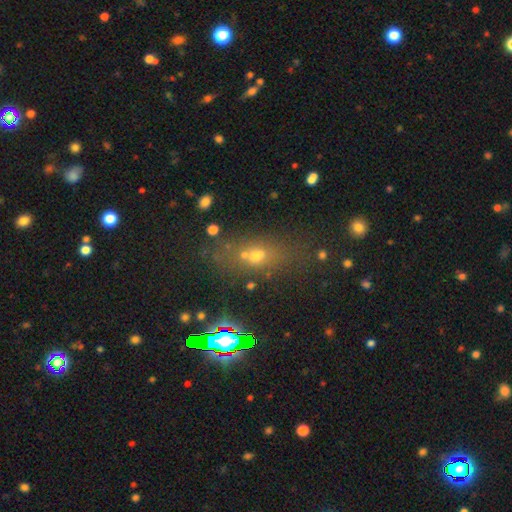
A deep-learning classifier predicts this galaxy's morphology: This is possibly a smooth galaxy (51%). How rounded: possibly in between (58%). Merging: possibly none (52%).